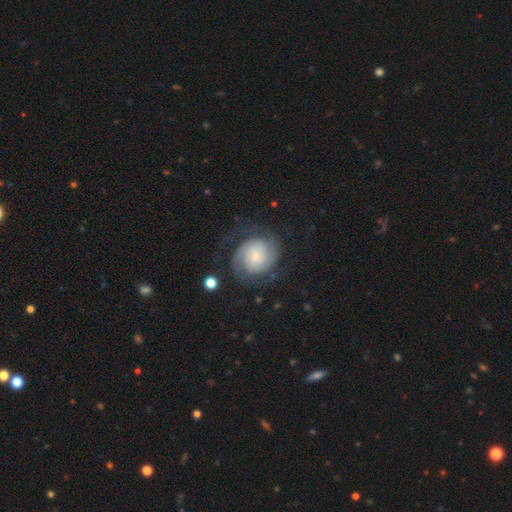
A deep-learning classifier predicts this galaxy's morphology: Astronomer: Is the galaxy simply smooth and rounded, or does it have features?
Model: featured or disk — 76%.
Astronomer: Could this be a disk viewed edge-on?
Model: no — 98%.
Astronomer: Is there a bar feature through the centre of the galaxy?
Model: no — 70%.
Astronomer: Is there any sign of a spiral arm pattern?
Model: yes — 94%.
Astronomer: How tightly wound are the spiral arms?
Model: tight — 49% (runner-up: medium, 38%).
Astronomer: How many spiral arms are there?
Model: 2 — 73%.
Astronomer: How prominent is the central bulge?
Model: small — 69%.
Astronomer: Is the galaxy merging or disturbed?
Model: none — 67%.